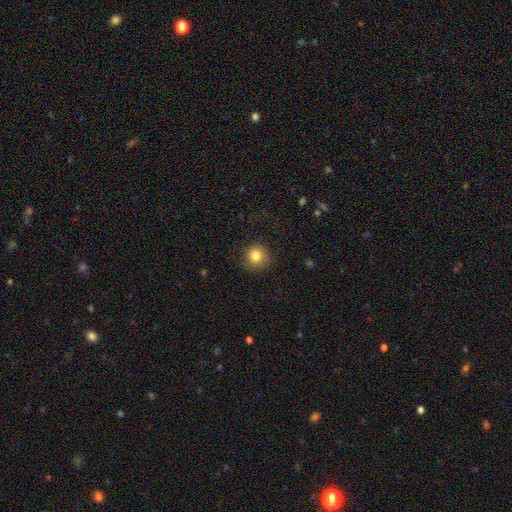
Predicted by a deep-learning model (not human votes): This is clearly a smooth galaxy (83%). How rounded: clearly round (91%). Merging: clearly none (85%).